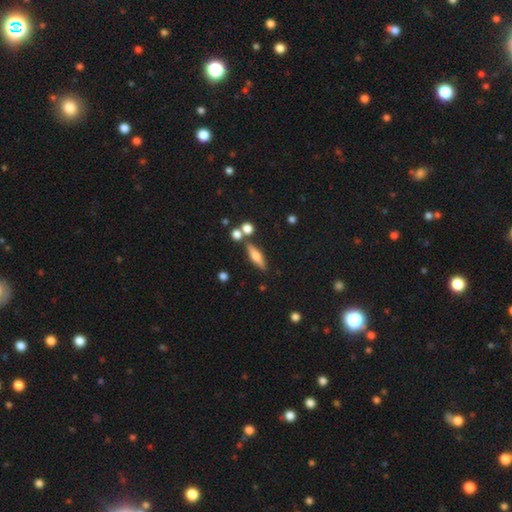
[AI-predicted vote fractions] Smooth or featured?
  - smooth: 50% *
  - featured or disk: 41%
  - star or artifact: 9%
Merging?
  - none: 76% *
  - minor disturbance: 10%
  - merger: 10%
  - major disturbance: 3%